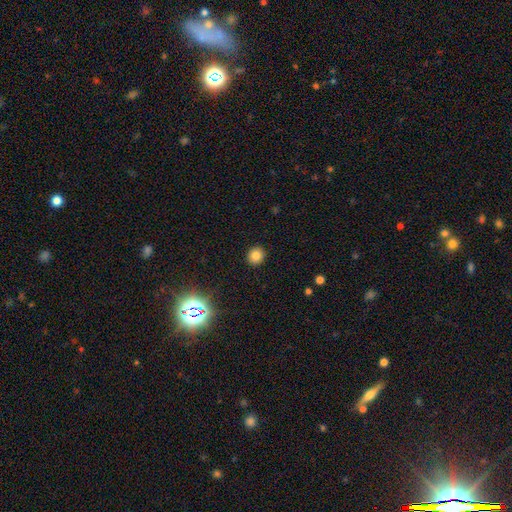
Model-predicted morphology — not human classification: This is clearly a smooth galaxy (81%). How rounded: clearly round (86%). Merging: clearly none (92%).